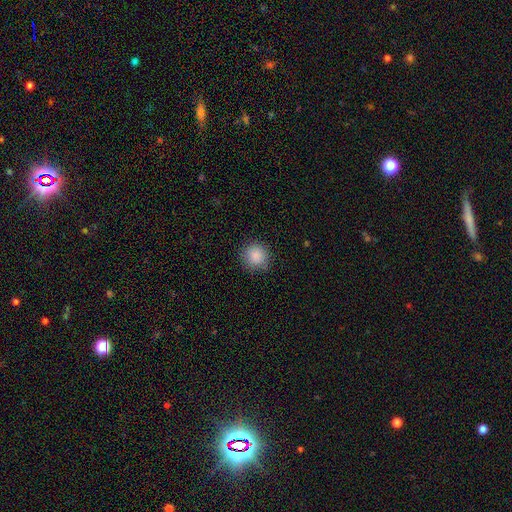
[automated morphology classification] smooth-or-featured: smooth: 88% | star or artifact: 9% | featured or disk: 3%
  how-rounded: round: 93% | in between: 6% | cigar-shaped: 1%
  merging: none: 86% | minor disturbance: 10% | major disturbance: 3% | merger: 1%